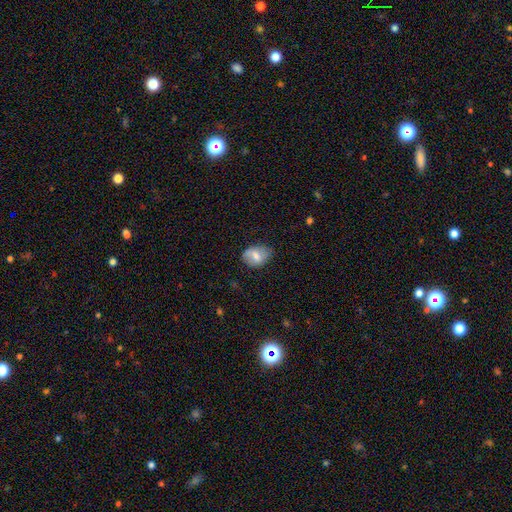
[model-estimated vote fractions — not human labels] Smooth or featured: smooth — 62% (featured or disk — 31%)
How rounded: in between — 75% (round — 23%)
Merging: none — 68% (minor disturbance — 25%)